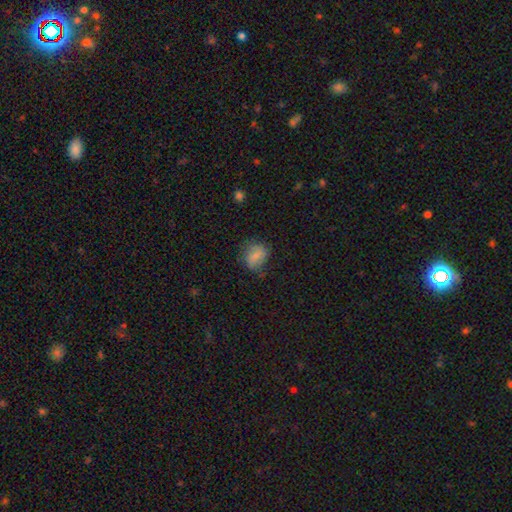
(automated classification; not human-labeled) This is likely a smooth galaxy (73%). How rounded: possibly round (60%). Merging: likely none (63%).